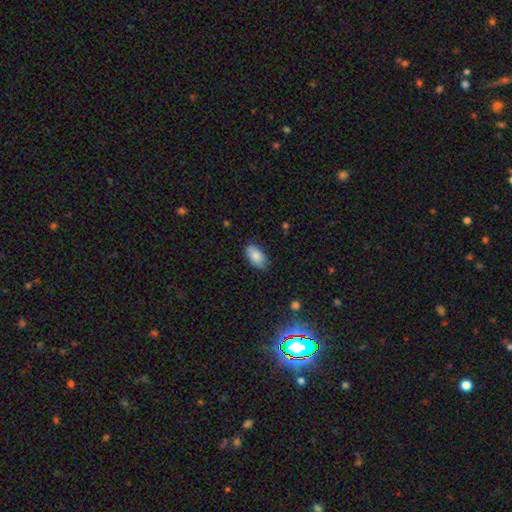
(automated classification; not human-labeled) Smooth or featured? Predicted: smooth (p=0.86). How rounded? Predicted: in between (p=0.94). Merging? Predicted: none (p=0.84).